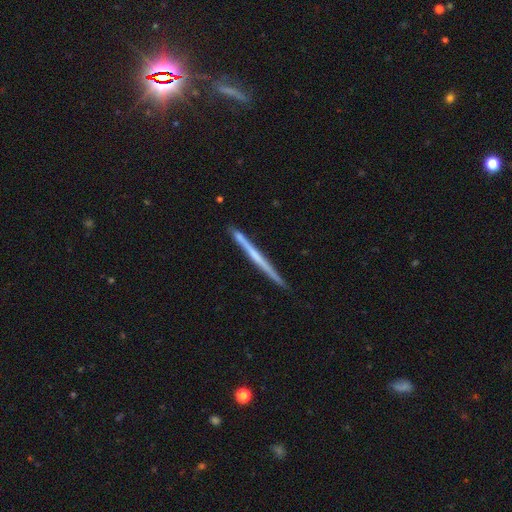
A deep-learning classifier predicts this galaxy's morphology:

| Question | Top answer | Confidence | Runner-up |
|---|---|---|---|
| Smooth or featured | featured or disk | 58% | smooth (37%) |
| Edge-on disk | yes | 98% | no (2%) |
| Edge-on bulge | none | 83% | rounded (11%) |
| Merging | none | 88% | minor disturbance (9%) |